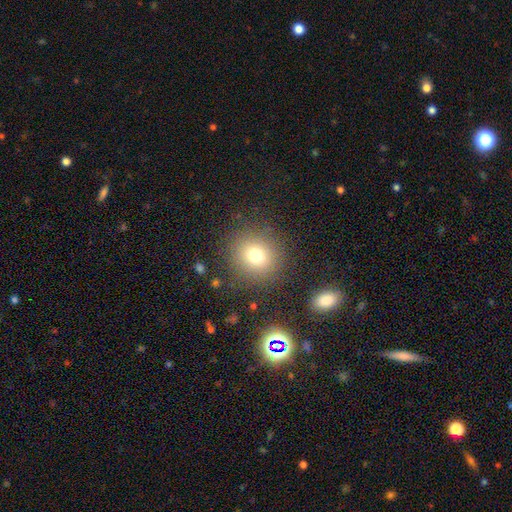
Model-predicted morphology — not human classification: A smooth galaxy with no disk features (75%) that is round (90%).

Vote fractions:
- Smooth or featured? smooth: 75% / star or artifact: 15% / featured or disk: 10%
- How rounded? round: 90% / in between: 9% / cigar-shaped: 1%
- Merging? none: 86% / minor disturbance: 8% / major disturbance: 4% / merger: 2%